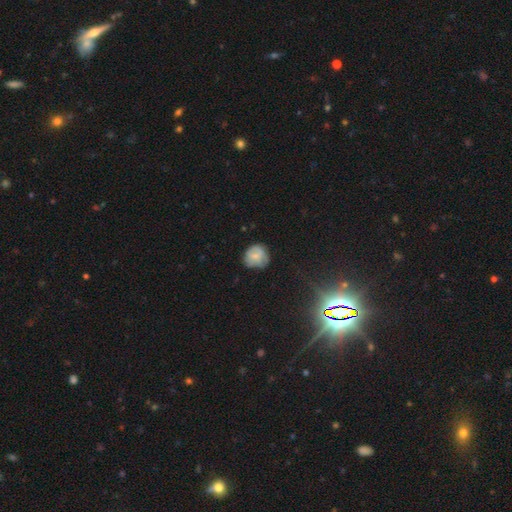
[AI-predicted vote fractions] Smooth or featured?
  - smooth: 67% *
  - featured or disk: 24%
  - star or artifact: 9%
How rounded?
  - round: 82% *
  - in between: 17%
  - cigar-shaped: 1%
Merging?
  - none: 64% *
  - minor disturbance: 27%
  - major disturbance: 7%
  - merger: 2%